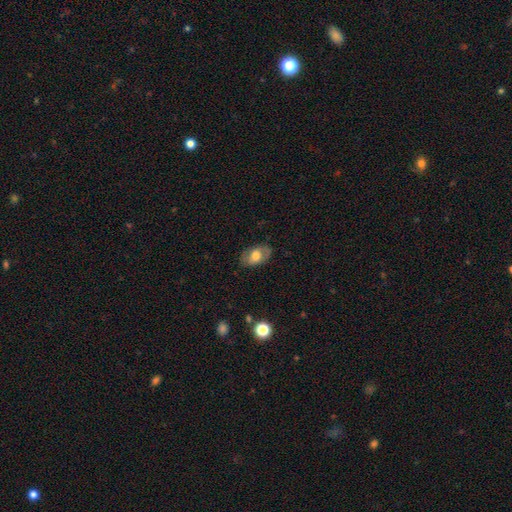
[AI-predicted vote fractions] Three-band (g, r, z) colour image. It shows a smooth galaxy with no disk features (62%) that is in between round and cigar-shaped (89%). Merging: none (79%).